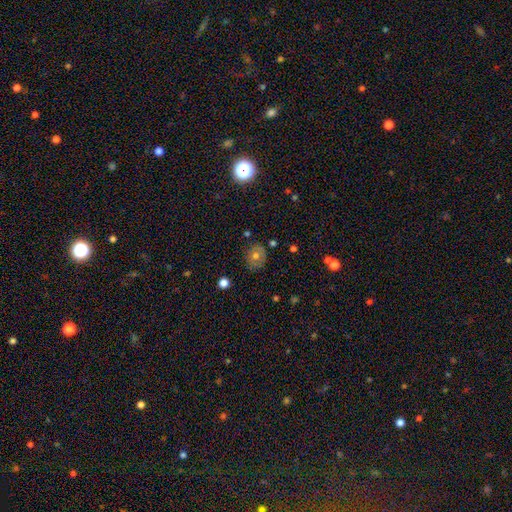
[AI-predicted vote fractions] A smooth galaxy with no disk features (57%) that is round (68%).

Vote fractions:
- Smooth or featured? smooth: 57% / featured or disk: 26% / star or artifact: 18%
- How rounded? round: 68% / in between: 31% / cigar-shaped: 1%
- Merging? none: 82% / minor disturbance: 13% / major disturbance: 3% / merger: 2%